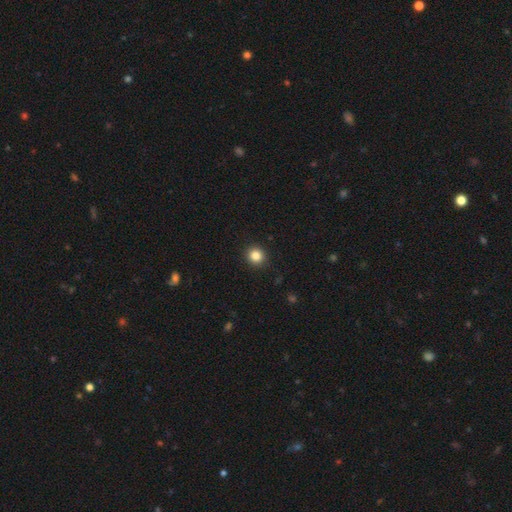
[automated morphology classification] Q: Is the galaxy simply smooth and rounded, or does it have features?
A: smooth — 85%.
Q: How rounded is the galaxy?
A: round — 89%.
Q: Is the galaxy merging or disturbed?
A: none — 92%.